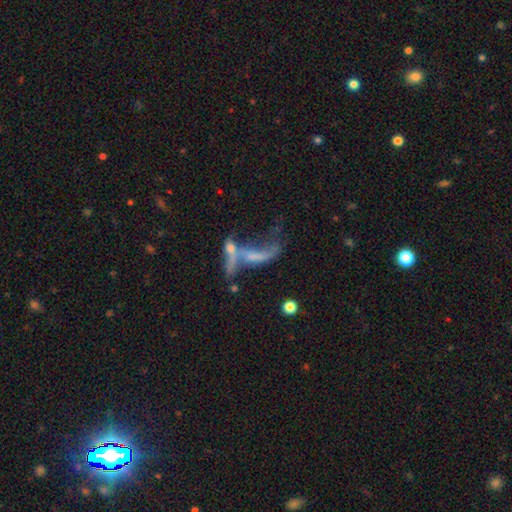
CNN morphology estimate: smooth-or-featured: featured or disk: 58% | smooth: 28% | star or artifact: 14%
  disk-edge-on: no: 82% | yes: 18%
  merging: merger: 55% | major disturbance: 22% | none: 15% | minor disturbance: 8%